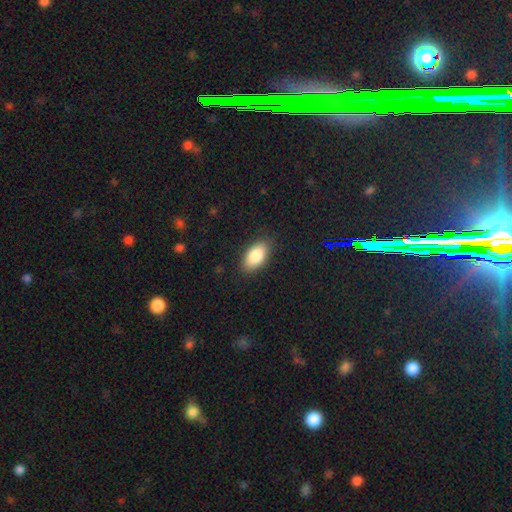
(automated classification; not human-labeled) This appears to be a smooth galaxy with no disk features (86%) that is in between round and cigar-shaped (94%). Merging: none (86%).